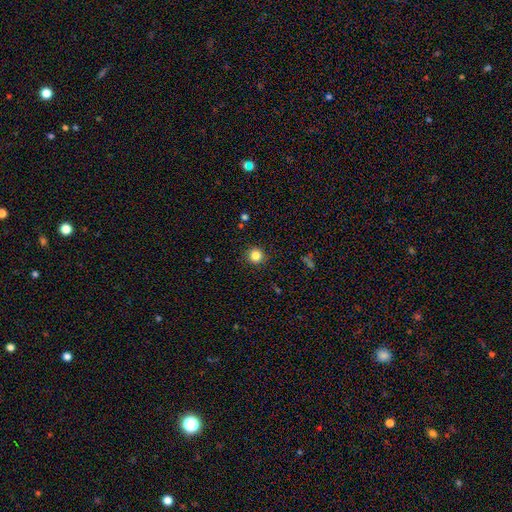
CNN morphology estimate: smooth-or-featured: smooth: 83% | star or artifact: 12% | featured or disk: 5%
  how-rounded: round: 94% | in between: 5% | cigar-shaped: 1%
  merging: none: 91% | minor disturbance: 6% | major disturbance: 2% | merger: 1%